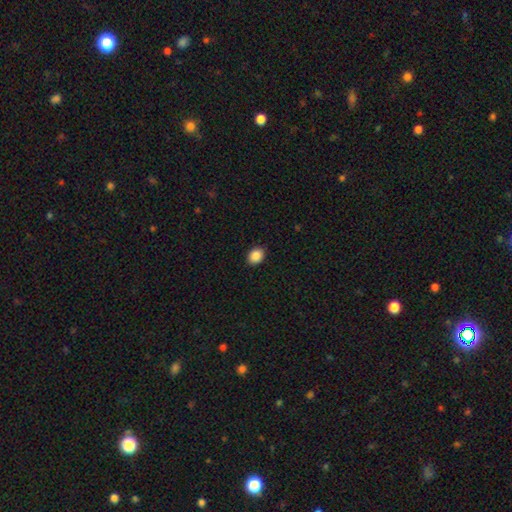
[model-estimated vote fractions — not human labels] The model was most divided on "how rounded": in between: 59%, round: 41%, cigar-shaped: 1%. More confident: merging — none (90%); smooth or featured — smooth (88%).